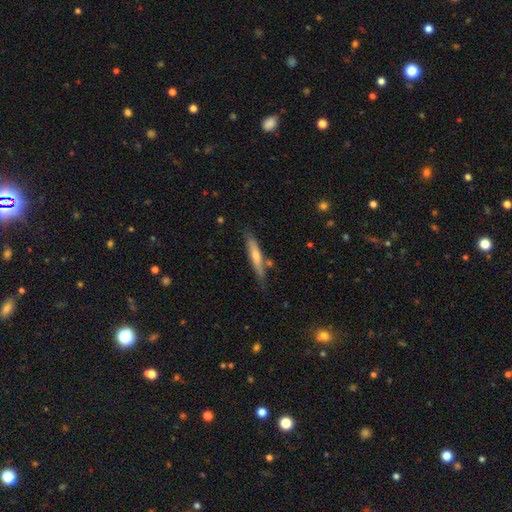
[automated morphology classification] The model was most divided on "smooth or featured": featured or disk: 48%, smooth: 46%, star or artifact: 6%. More confident: merging — none (77%).